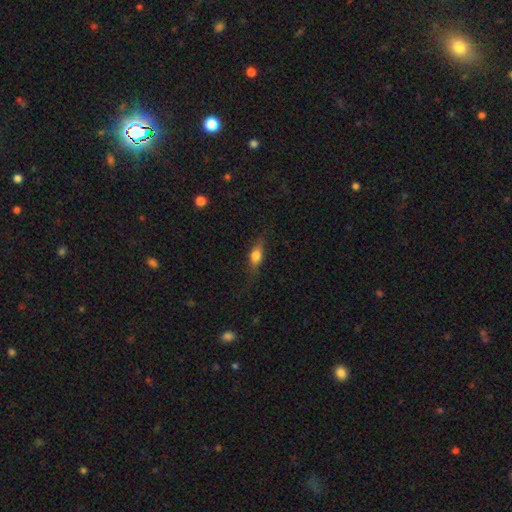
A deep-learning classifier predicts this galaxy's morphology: This is likely a smooth galaxy (66%). How rounded: likely in between (62%). Merging: likely none (73%).